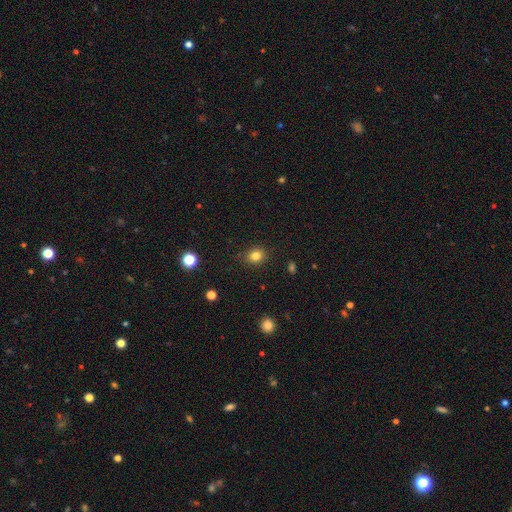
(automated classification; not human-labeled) Overall: smooth (82%). How rounded: round (67%; in between 33%). Merging: none (88%).